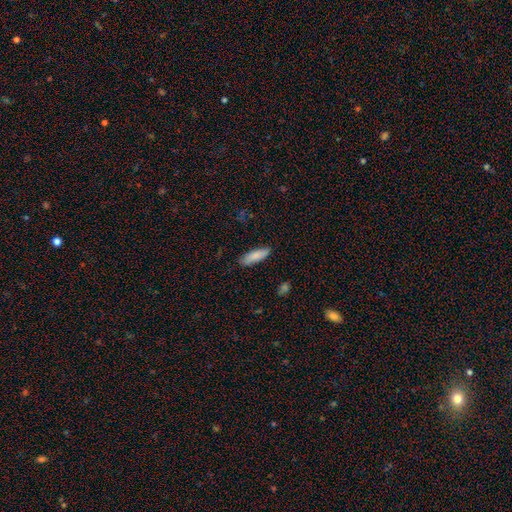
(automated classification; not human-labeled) This appears to be a smooth galaxy with no disk features (85%) that is cigar-shaped (53%). Merging: none (84%).